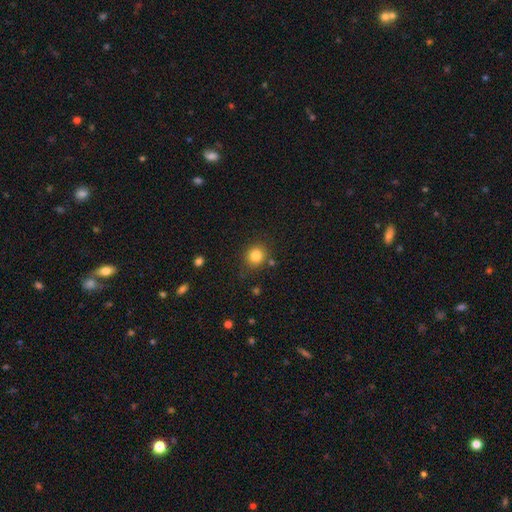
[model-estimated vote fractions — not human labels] smooth 84%, star or artifact 11%, featured or disk 5%. Down the decision tree: how rounded — round (84%); merging — none (81%).